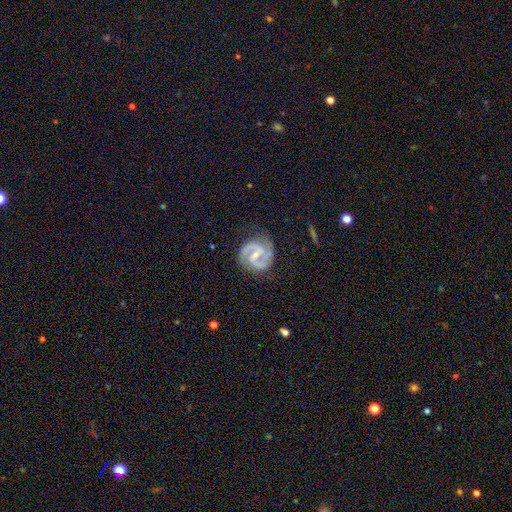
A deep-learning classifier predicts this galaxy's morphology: Smooth or featured: featured or disk — 91% (smooth — 5%)
Edge-on disk: no — 98% (yes — 2%)
Bar: weak — 52% (strong — 26%)
Spiral arms: yes — 98% (no — 2%)
Spiral winding: medium — 58% (tight — 28%)
Spiral arm count: 2 — 91% (3 — 3%)
Bulge size: small — 60% (moderate — 33%)
Merging: none — 77% (minor disturbance — 16%)